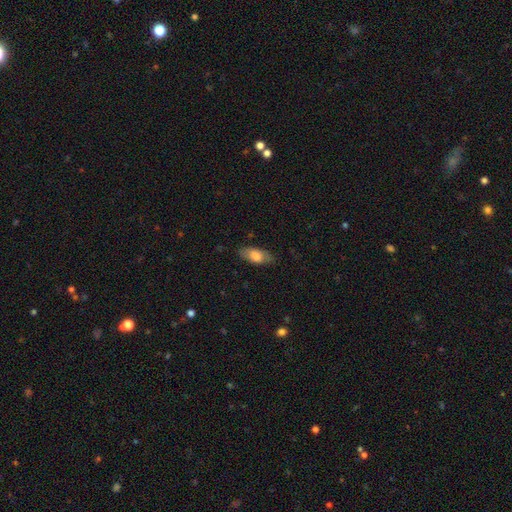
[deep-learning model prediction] smooth 74%, featured or disk 20%, star or artifact 6%. Down the decision tree: how rounded — in between (85%); merging — none (79%).